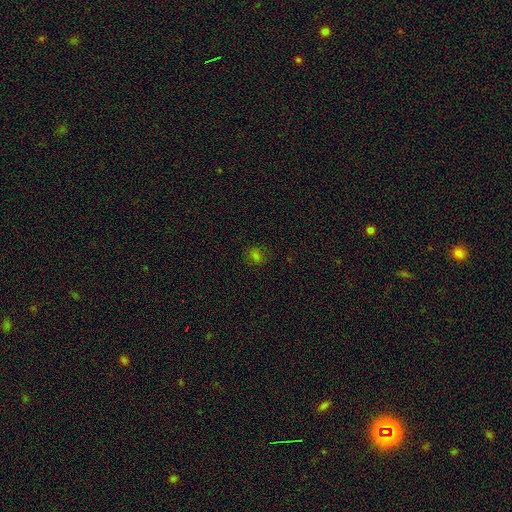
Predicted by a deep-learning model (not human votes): smooth-or-featured: smooth: 69% | star or artifact: 24% | featured or disk: 7%
  how-rounded: round: 66% | in between: 33% | cigar-shaped: 1%
  merging: none: 80% | minor disturbance: 14% | major disturbance: 5% | merger: 1%